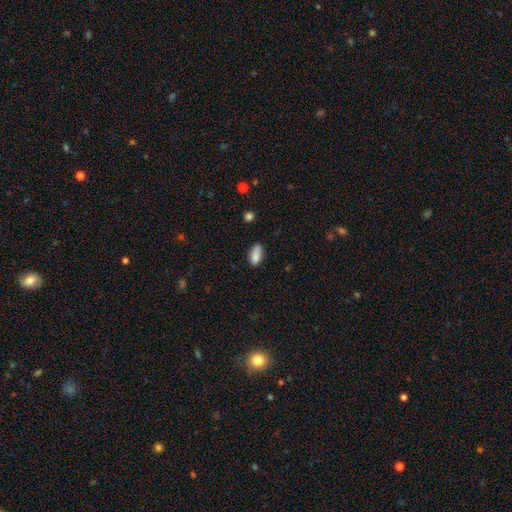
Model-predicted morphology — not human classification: Q: Smooth or featured?
A: smooth (86%); runner-up: star or artifact (8%)
Q: How rounded?
A: in between (87%); runner-up: cigar-shaped (10%)
Q: Merging?
A: none (73%); runner-up: minor disturbance (21%)